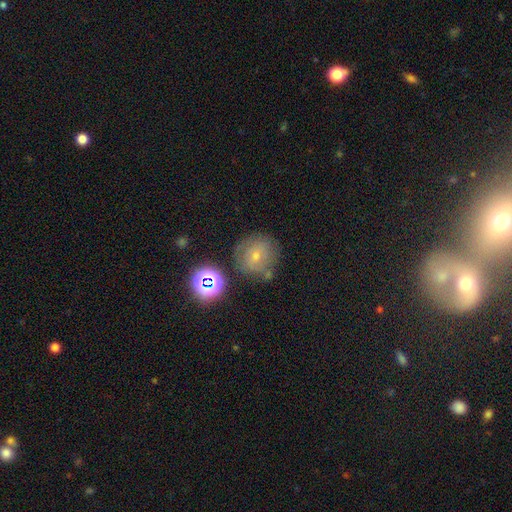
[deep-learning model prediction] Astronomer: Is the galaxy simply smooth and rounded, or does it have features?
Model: smooth — 48% (runner-up: featured or disk, 28%).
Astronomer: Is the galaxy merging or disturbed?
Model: none — 70%.